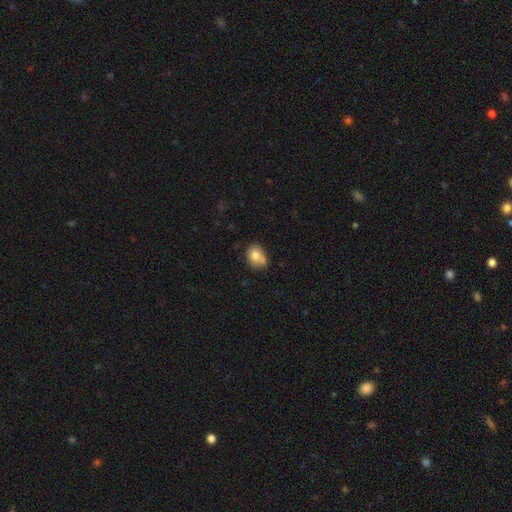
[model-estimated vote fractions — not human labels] Overall: smooth (75%). How rounded: in between (58%; round 41%). Merging: none (51%; minor disturbance 28%).